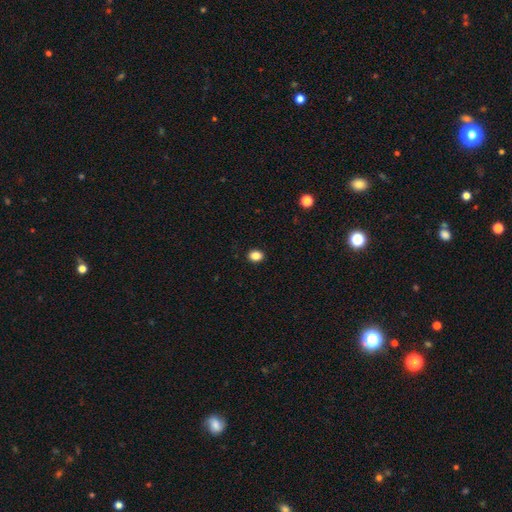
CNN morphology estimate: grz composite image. It shows a smooth galaxy with no disk features (86%) that is in between round and cigar-shaped (54%). Merging: none (91%).